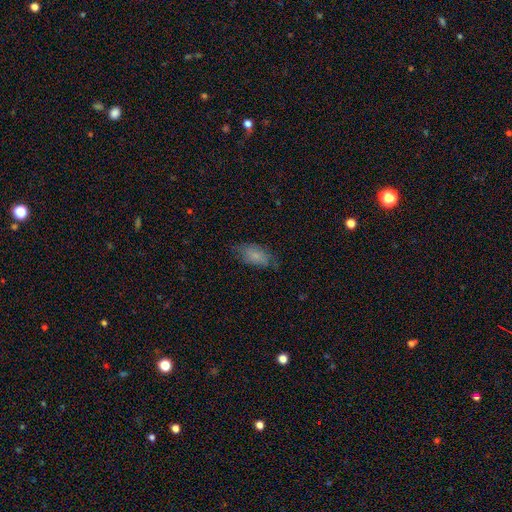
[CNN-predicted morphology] smooth_or_featured: smooth (p=0.74) [alt: featured or disk p=0.17]
how_rounded: in between (p=0.89) [alt: cigar-shaped p=0.08]
merging: none (p=0.65) [alt: minor disturbance p=0.26]